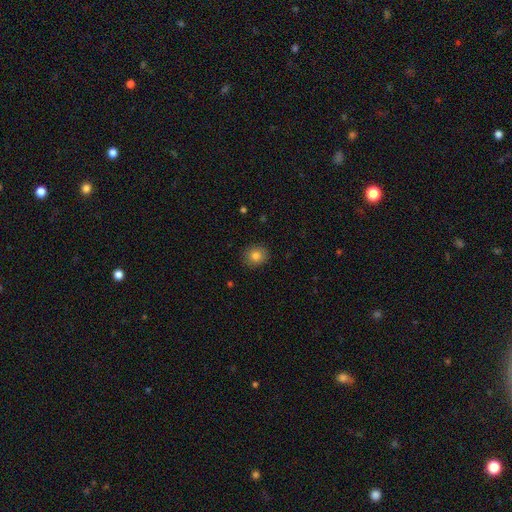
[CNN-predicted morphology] smooth-or-featured: smooth: 82% | star or artifact: 10% | featured or disk: 8%
  how-rounded: round: 77% | in between: 22% | cigar-shaped: 1%
  merging: none: 88% | minor disturbance: 9% | major disturbance: 2% | merger: 1%